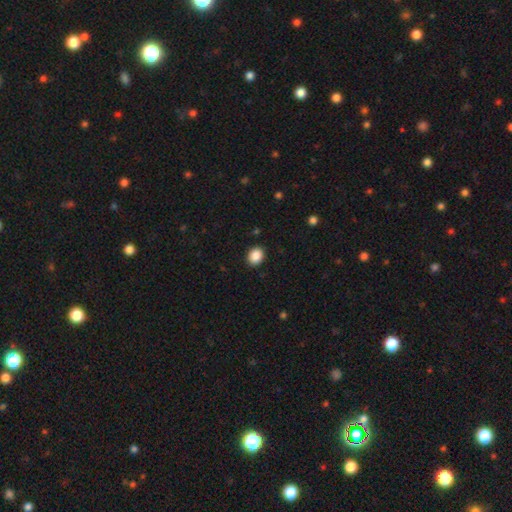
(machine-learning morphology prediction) smooth-or-featured: smooth: 89% | star or artifact: 8% | featured or disk: 3%
  how-rounded: round: 50% | in between: 49% | cigar-shaped: 1%
  merging: none: 90% | minor disturbance: 7% | major disturbance: 2% | merger: 1%